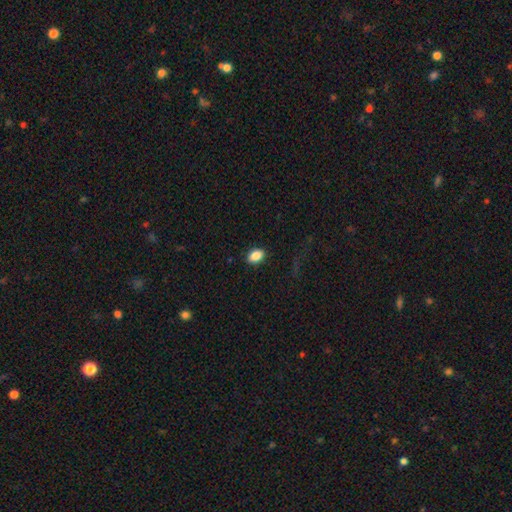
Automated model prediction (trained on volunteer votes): Smooth or featured?
  - smooth: 88% *
  - star or artifact: 8%
  - featured or disk: 4%
How rounded?
  - in between: 83% *
  - round: 15%
  - cigar-shaped: 2%
Merging?
  - none: 87% *
  - minor disturbance: 9%
  - major disturbance: 3%
  - merger: 1%